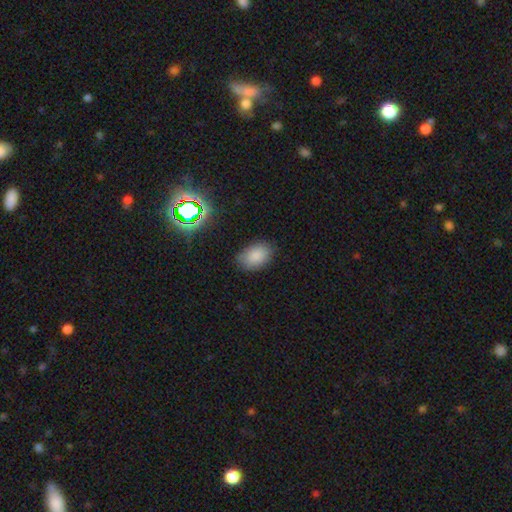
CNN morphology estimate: smooth_or_featured: smooth (p=0.85) [alt: star or artifact p=0.10]
how_rounded: in between (p=0.88) [alt: round p=0.11]
merging: none (p=0.82) [alt: minor disturbance p=0.14]